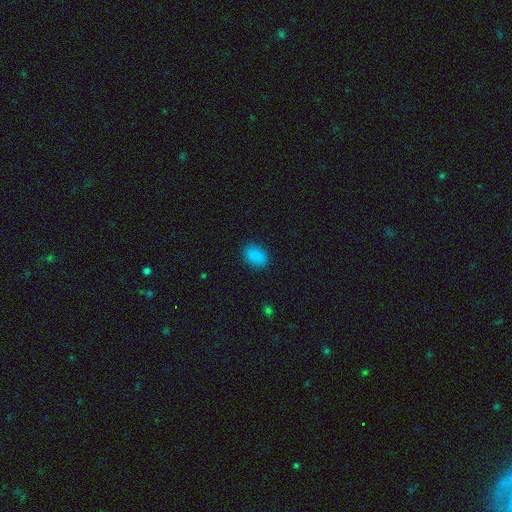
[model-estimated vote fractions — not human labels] Smooth or featured: smooth — 86% (star or artifact — 11%)
How rounded: in between — 85% (round — 13%)
Merging: none — 85% (minor disturbance — 11%)